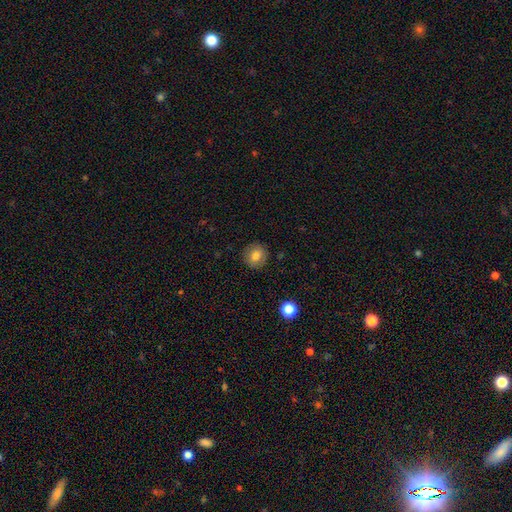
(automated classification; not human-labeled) This appears to be a smooth galaxy with no disk features (81%) that is round (89%). Merging: none (90%).